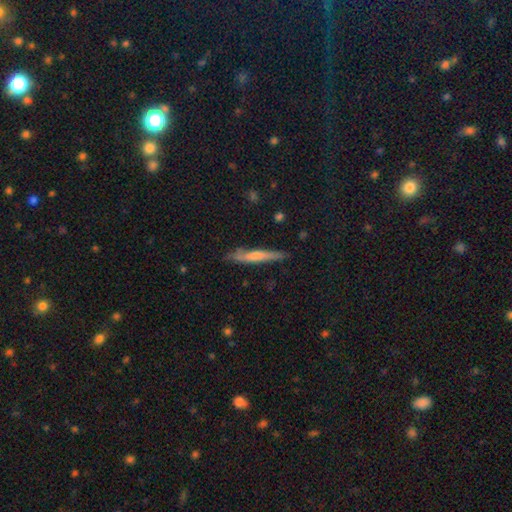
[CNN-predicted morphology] This is possibly a smooth galaxy (51%). How rounded: clearly cigar-shaped (94%). Merging: likely none (78%).